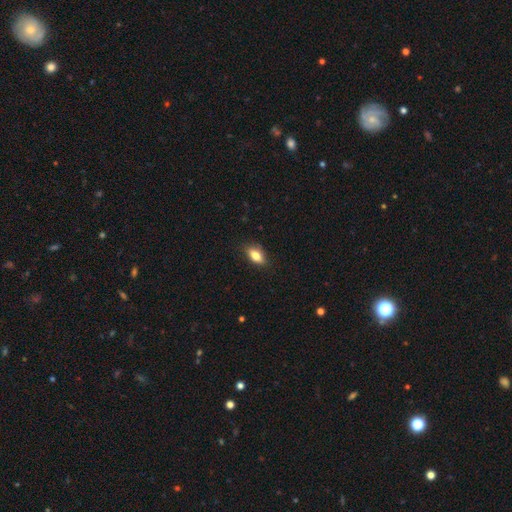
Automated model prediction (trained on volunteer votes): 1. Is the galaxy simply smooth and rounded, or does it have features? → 79% smooth, 13% featured or disk, 8% star or artifact.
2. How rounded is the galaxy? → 85% in between, 8% cigar-shaped, 7% round.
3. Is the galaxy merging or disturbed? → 84% none, 13% minor disturbance, 2% major disturbance, 1% merger.